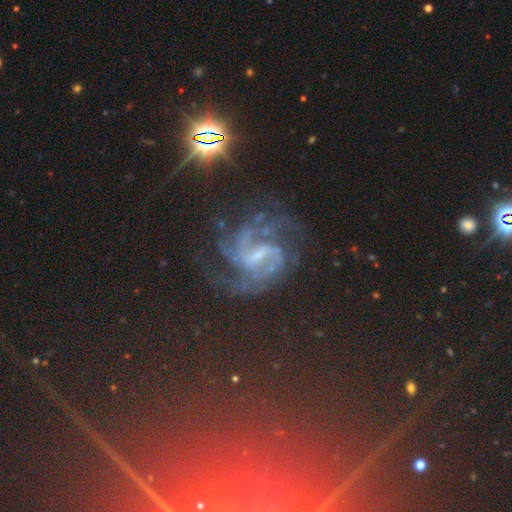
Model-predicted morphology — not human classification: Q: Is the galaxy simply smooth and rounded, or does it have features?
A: featured or disk — 64%.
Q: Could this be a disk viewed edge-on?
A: no — 96%.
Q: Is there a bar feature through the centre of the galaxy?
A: weak — 48%.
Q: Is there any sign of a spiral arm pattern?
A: yes — 95%.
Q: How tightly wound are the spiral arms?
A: medium — 52%.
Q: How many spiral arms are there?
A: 2 — 34%.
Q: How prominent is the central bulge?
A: small — 61%.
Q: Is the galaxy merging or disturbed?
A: none — 62%.